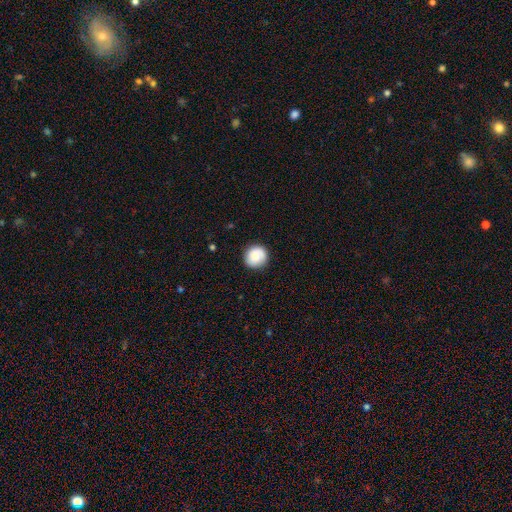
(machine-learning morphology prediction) Smooth or featured? Predicted: smooth (p=0.73). How rounded? Predicted: round (p=0.91). Merging? Predicted: none (p=0.84).